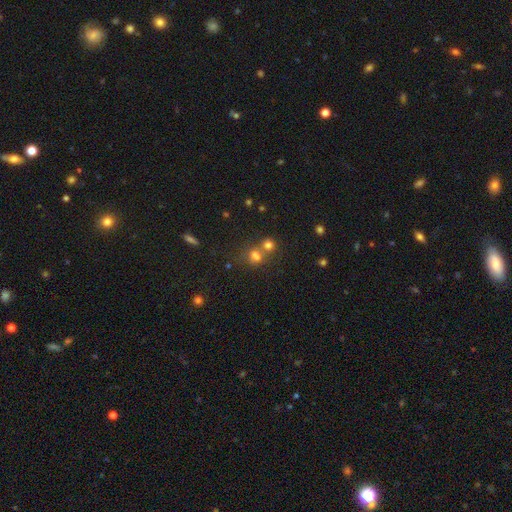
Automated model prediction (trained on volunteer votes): Smooth or featured? Predicted: smooth (p=0.70). How rounded? Predicted: round (p=0.61). Merging? Predicted: merger (p=0.49).